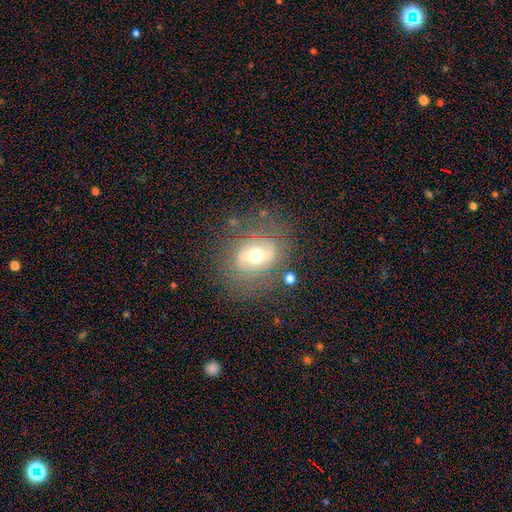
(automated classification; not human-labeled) smooth-or-featured: featured or disk: 52% | smooth: 37% | star or artifact: 11%
  disk-edge-on: no: 93% | yes: 7%
  merging: none: 70% | minor disturbance: 17% | major disturbance: 10% | merger: 3%